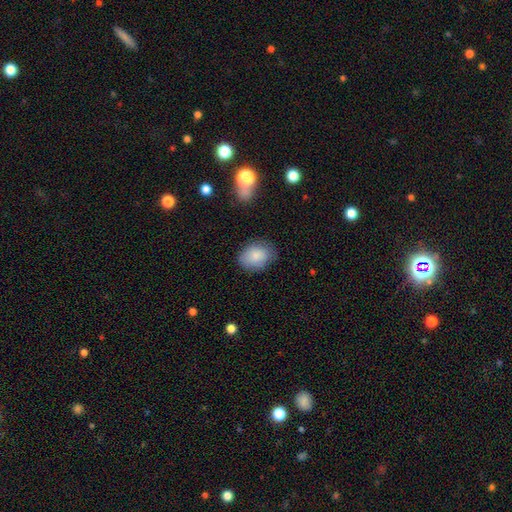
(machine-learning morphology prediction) smooth_or_featured: smooth (p=0.85) [alt: star or artifact p=0.08]
how_rounded: in between (p=0.65) [alt: round p=0.34]
merging: none (p=0.73) [alt: minor disturbance p=0.20]